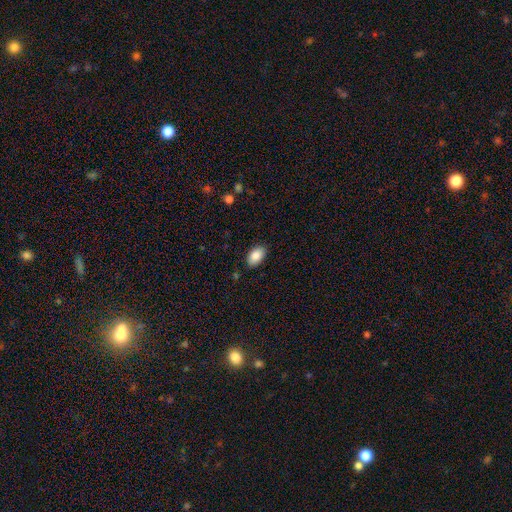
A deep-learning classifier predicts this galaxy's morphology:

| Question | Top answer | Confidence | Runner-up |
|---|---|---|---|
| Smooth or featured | smooth | 88% | star or artifact (7%) |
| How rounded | in between | 93% | round (6%) |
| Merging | none | 86% | minor disturbance (10%) |